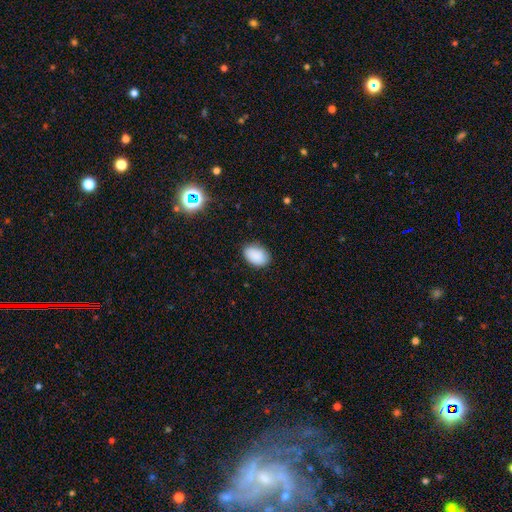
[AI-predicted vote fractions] Smooth or featured? smooth (89%)
How rounded? in between (86%)
Merging? none (83%)